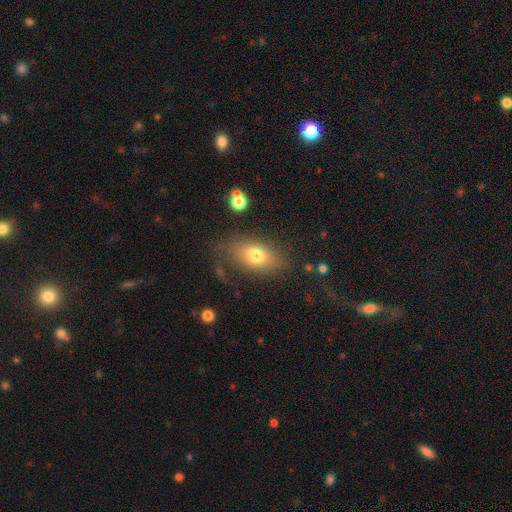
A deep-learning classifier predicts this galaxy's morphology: Overall: smooth (73%). How rounded: in between (83%). Merging: none (68%).